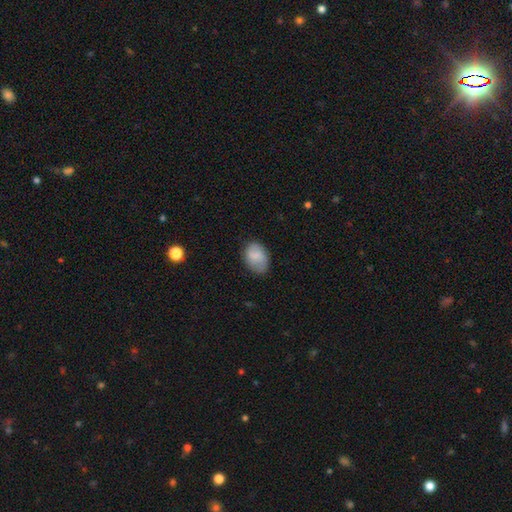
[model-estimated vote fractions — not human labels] Overall: smooth (72%). How rounded: in between (80%). Merging: none (73%).